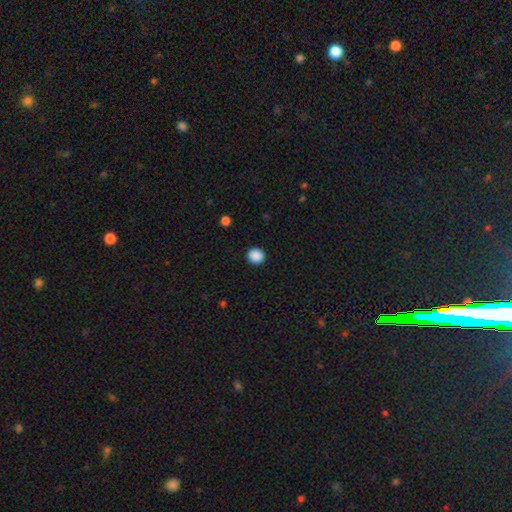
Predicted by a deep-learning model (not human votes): Smooth or featured? Predicted: smooth (p=0.89). How rounded? Predicted: round (p=0.89). Merging? Predicted: none (p=0.92).